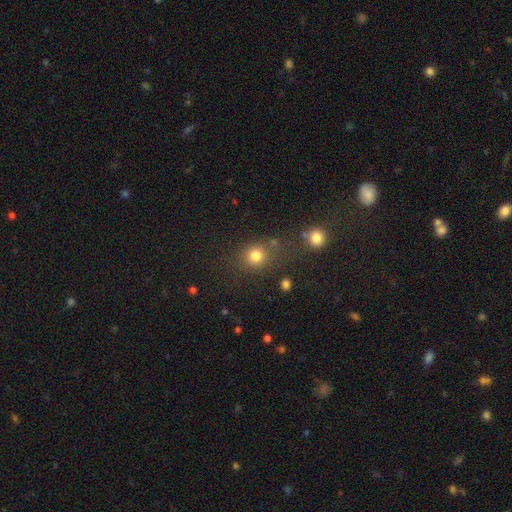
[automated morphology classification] The model was most divided on "merging": none: 72%, minor disturbance: 11%, merger: 10%, major disturbance: 6%. More confident: how rounded — round (84%); smooth or featured — smooth (80%).